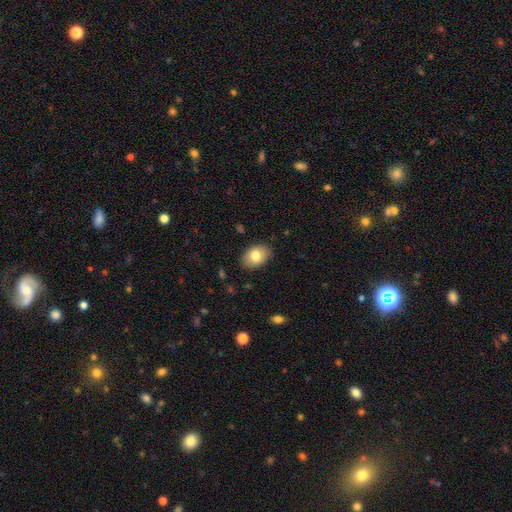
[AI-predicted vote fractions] Q: Smooth or featured?
A: smooth (80%); runner-up: featured or disk (13%)
Q: How rounded?
A: in between (83%); runner-up: round (16%)
Q: Merging?
A: none (86%); runner-up: minor disturbance (11%)